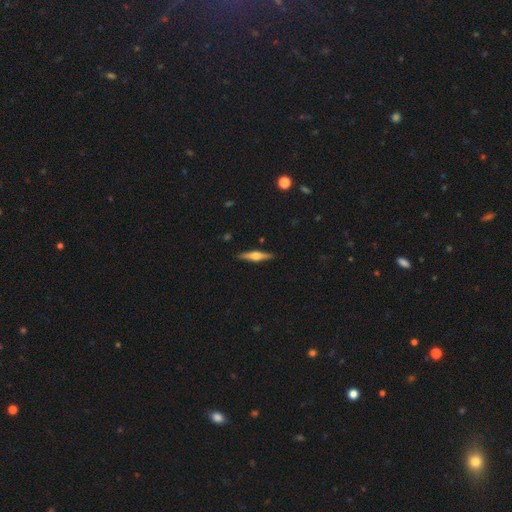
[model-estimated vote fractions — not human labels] Smooth or featured?
  - featured or disk: 64% *
  - smooth: 31%
  - star or artifact: 6%
Edge-on disk?
  - yes: 97% *
  - no: 3%
Edge-on bulge?
  - rounded: 91% *
  - boxy: 6%
  - none: 3%
Merging?
  - none: 90% *
  - minor disturbance: 7%
  - major disturbance: 1%
  - merger: 1%